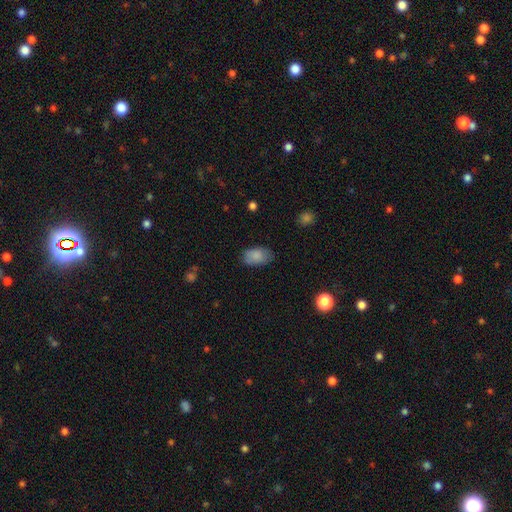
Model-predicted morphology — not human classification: Smooth or featured? Predicted: smooth (p=0.85). How rounded? Predicted: in between (p=0.93). Merging? Predicted: none (p=0.78).